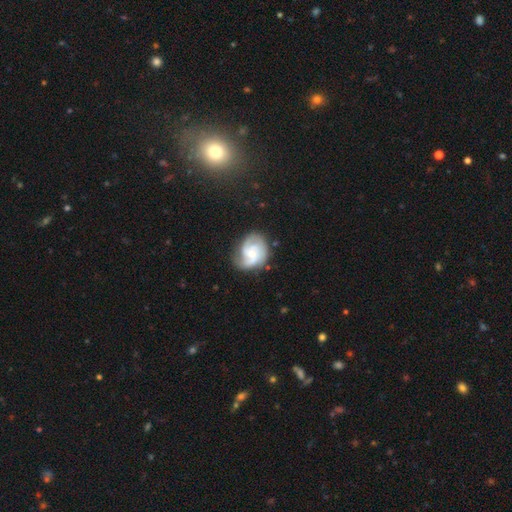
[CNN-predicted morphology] A featured or disk galaxy (77%) with no bar (60%), 2 (42%) medium (46%) spiral arms (95%) and a small central bulge (55%). Merging: none (62%).